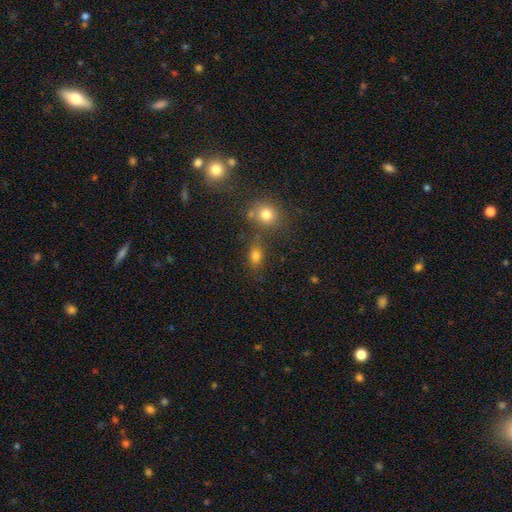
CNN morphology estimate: The model was most divided on "how rounded": in between: 65%, round: 31%, cigar-shaped: 4%. More confident: smooth or featured — smooth (74%); merging — none (63%).